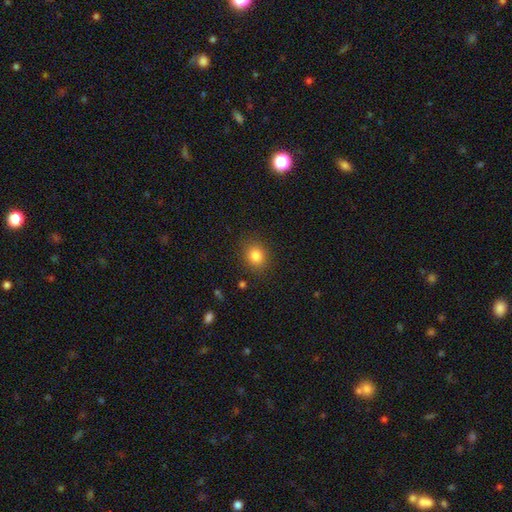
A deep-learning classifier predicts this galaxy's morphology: Q: Smooth or featured?
A: smooth (83%); runner-up: star or artifact (11%)
Q: How rounded?
A: round (67%); runner-up: in between (32%)
Q: Merging?
A: none (86%); runner-up: minor disturbance (9%)